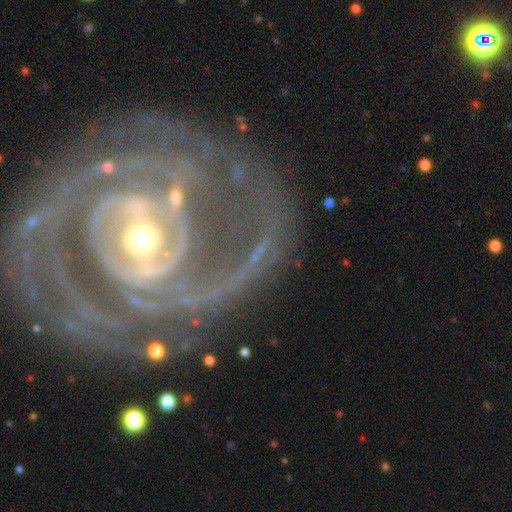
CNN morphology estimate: This is clearly a featured or disk galaxy (89%). It is clearly not viewed edge-on (96%). Bar: marginally strong (35%). Spiral arm pattern: clearly yes (93%). Spiral arm count: marginally 2 (31%). Spiral winding: likely tight (64%). Central bulge: likely moderate (60%). Merging: likely none (67%).